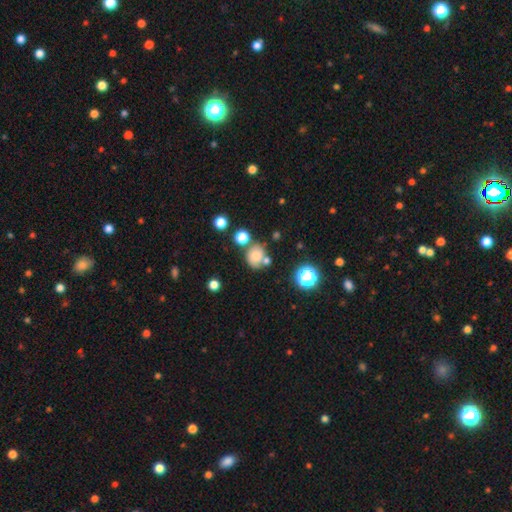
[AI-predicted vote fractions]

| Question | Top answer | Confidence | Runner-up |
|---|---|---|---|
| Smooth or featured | smooth | 76% | star or artifact (14%) |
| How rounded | round | 70% | in between (29%) |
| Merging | none | 58% | merger (20%) |